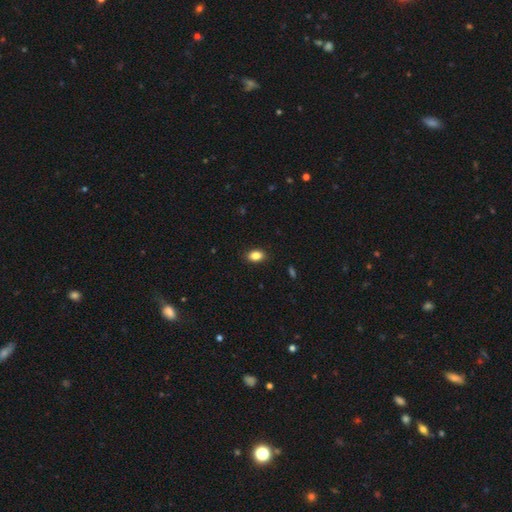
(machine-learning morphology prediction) This appears to be a smooth galaxy with no disk features (86%) that is in between round and cigar-shaped (84%). Merging: none (89%).